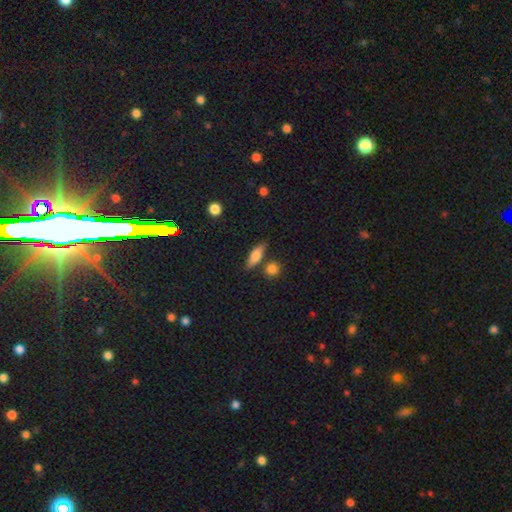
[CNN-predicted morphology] Smooth or featured? smooth (77%)
How rounded? in between (59%)
Merging? none (73%)